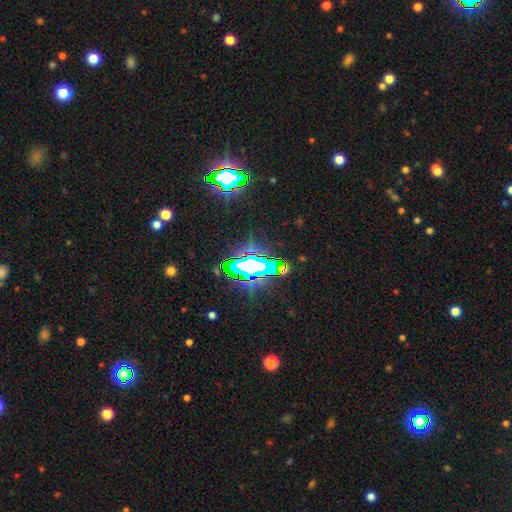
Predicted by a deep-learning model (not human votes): The model was most divided on "smooth or featured": star or artifact: 72%, smooth: 15%, featured or disk: 13%.